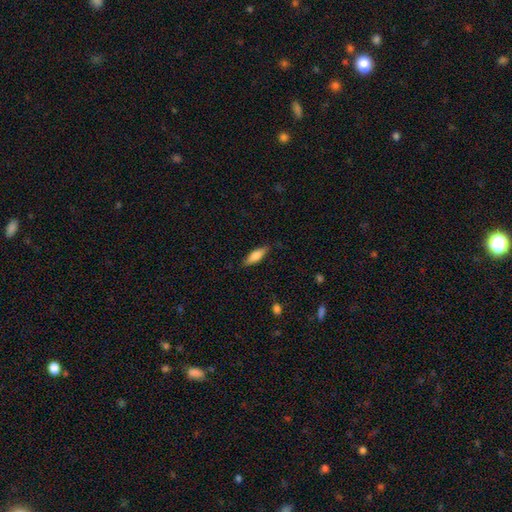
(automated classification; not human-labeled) Overall: smooth (73%). How rounded: cigar-shaped (51%; in between 47%). Merging: none (83%).